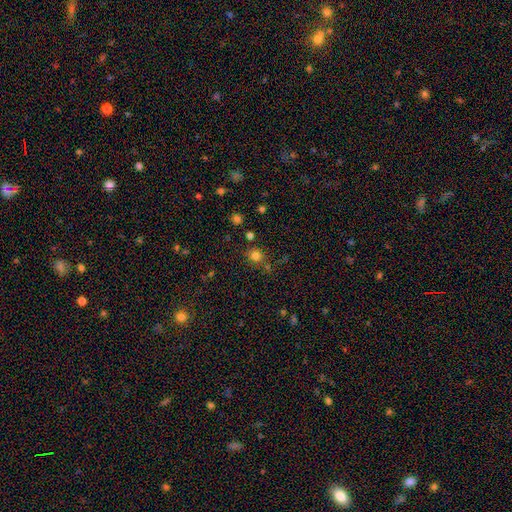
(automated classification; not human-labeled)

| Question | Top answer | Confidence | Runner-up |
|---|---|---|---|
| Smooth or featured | smooth | 77% | star or artifact (17%) |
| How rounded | round | 86% | in between (13%) |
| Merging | none | 77% | minor disturbance (11%) |